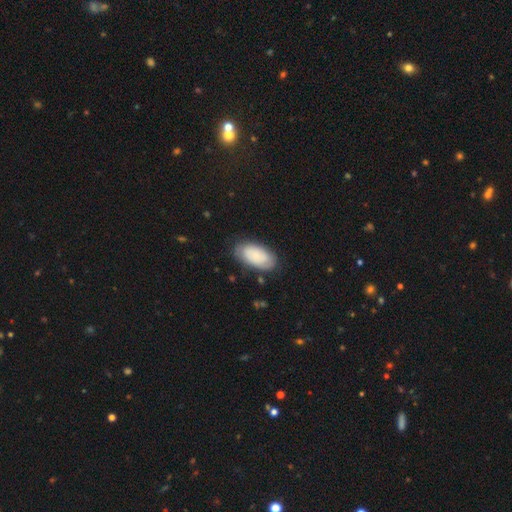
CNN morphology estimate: A smooth galaxy with no disk features (69%) that is in between round and cigar-shaped (94%). Merging: none (76%).